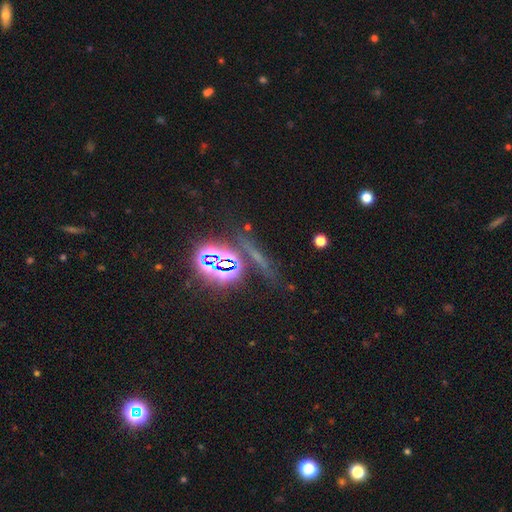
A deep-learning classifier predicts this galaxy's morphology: star or artifact 67%, smooth 17%, featured or disk 16%.